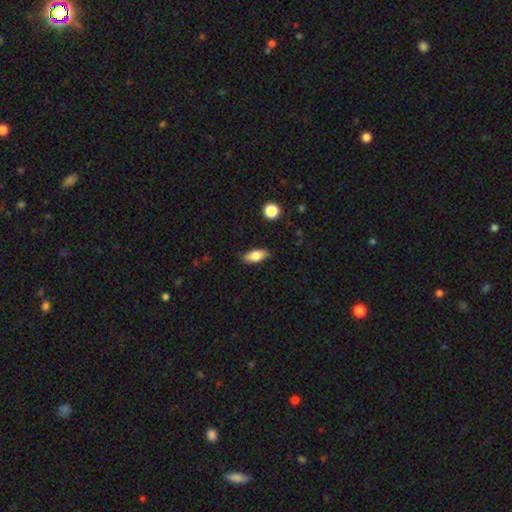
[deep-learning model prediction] Morphology: type=smooth (80%); roundness=in between (86%); merging=none (86%).